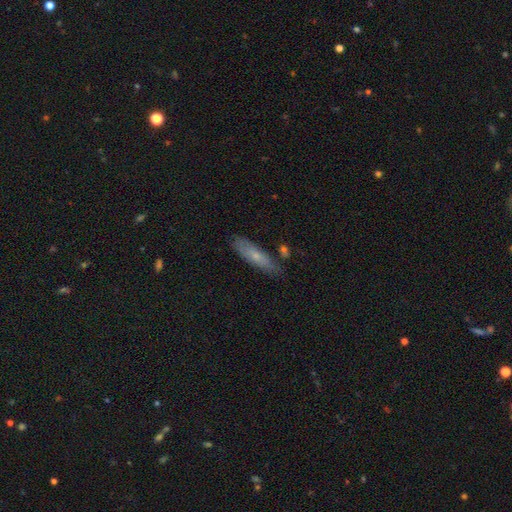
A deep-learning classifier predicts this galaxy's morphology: The model was most divided on "smooth or featured": smooth: 60%, featured or disk: 33%, star or artifact: 7%. More confident: merging — none (76%); how rounded — cigar-shaped (70%).